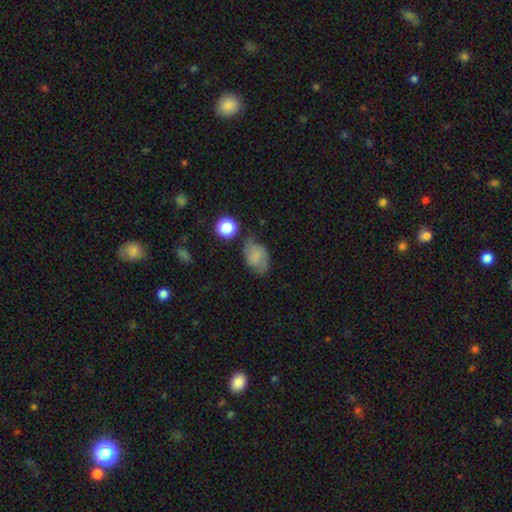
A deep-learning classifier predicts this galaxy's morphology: type=smooth (67%); roundness=in between (77%); merging=none (57%).